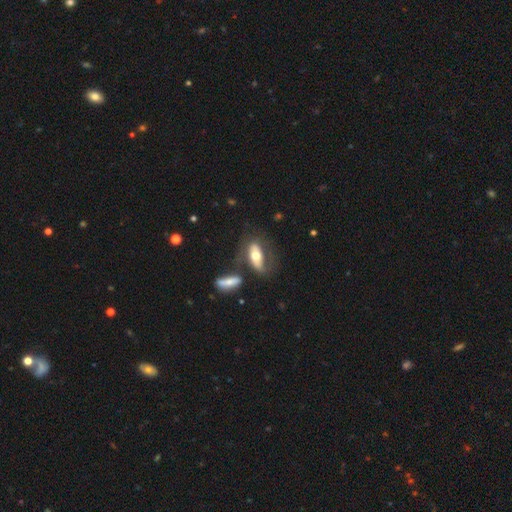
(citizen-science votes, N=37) Morphology: type=smooth (49%); roundness=in between (67%); merging=minor disturbance (31%).